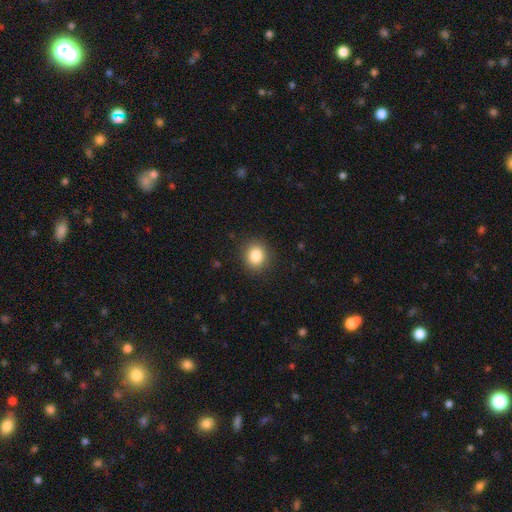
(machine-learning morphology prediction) The model was most divided on "how rounded": round: 79%, in between: 20%, cigar-shaped: 1%. More confident: merging — none (89%); smooth or featured — smooth (85%).